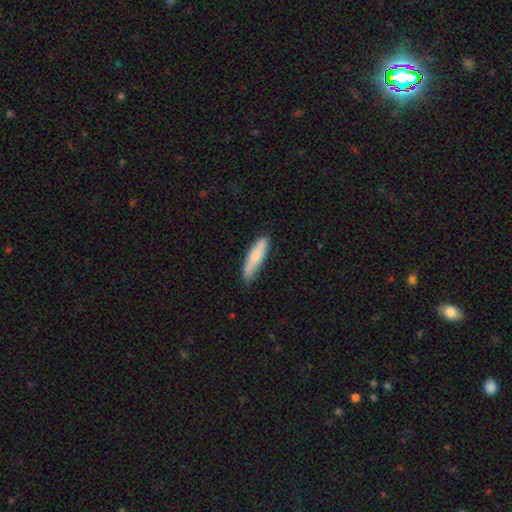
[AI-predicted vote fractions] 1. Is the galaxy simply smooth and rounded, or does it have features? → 72% smooth, 23% featured or disk, 5% star or artifact.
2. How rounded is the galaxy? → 67% cigar-shaped, 31% in between, 2% round.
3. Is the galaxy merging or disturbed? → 70% none, 25% minor disturbance, 4% major disturbance, 2% merger.